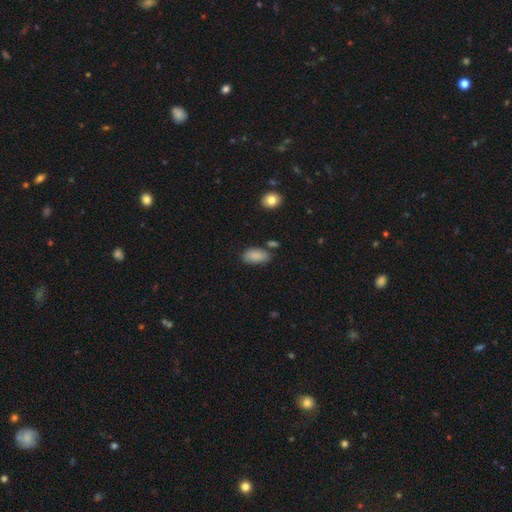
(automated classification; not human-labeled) The model was most divided on "merging": none: 67%, minor disturbance: 21%, merger: 7%, major disturbance: 5%. More confident: how rounded — in between (94%); smooth or featured — smooth (87%).